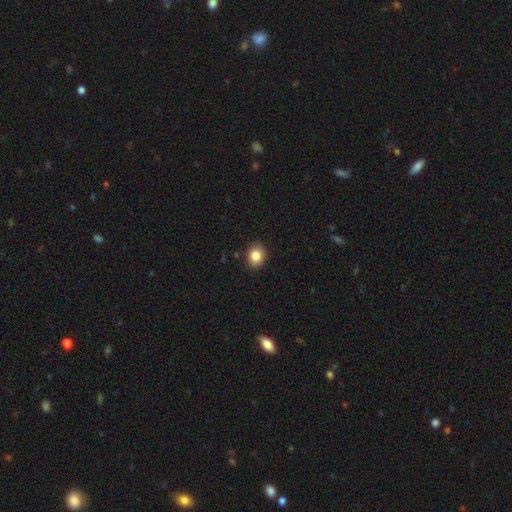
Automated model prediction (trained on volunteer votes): smooth 85%, star or artifact 9%, featured or disk 6%. Down the decision tree: how rounded — round (52%); merging — none (89%).